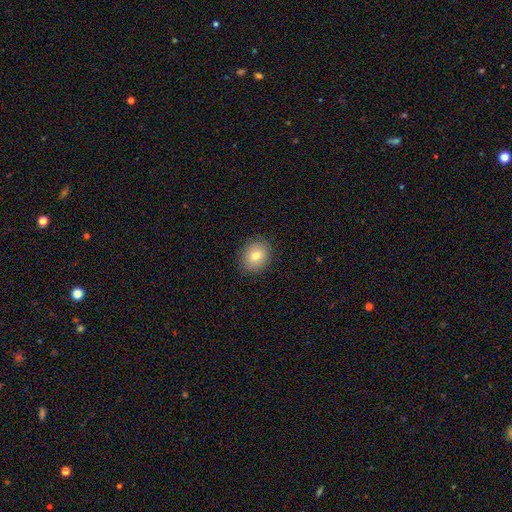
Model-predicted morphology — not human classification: Smooth or featured?
  - smooth: 78% *
  - featured or disk: 12%
  - star or artifact: 10%
How rounded?
  - round: 64% *
  - in between: 35%
  - cigar-shaped: 1%
Merging?
  - none: 88% *
  - minor disturbance: 8%
  - major disturbance: 2%
  - merger: 1%